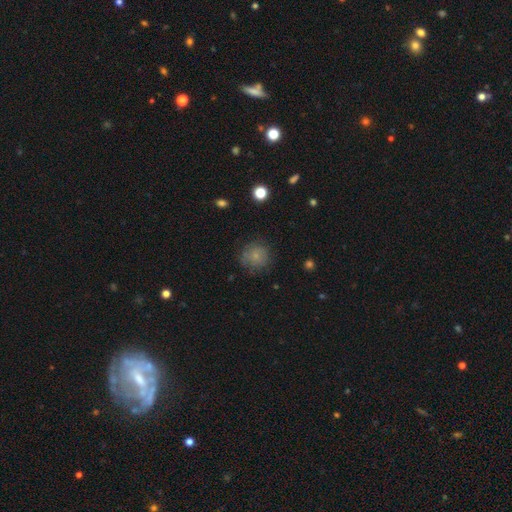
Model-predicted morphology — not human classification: A smooth galaxy with no disk features (76%) that is round (89%).

Vote fractions:
- Smooth or featured? smooth: 76% / featured or disk: 13% / star or artifact: 11%
- How rounded? round: 89% / in between: 10% / cigar-shaped: 1%
- Merging? none: 75% / minor disturbance: 17% / major disturbance: 6% / merger: 2%